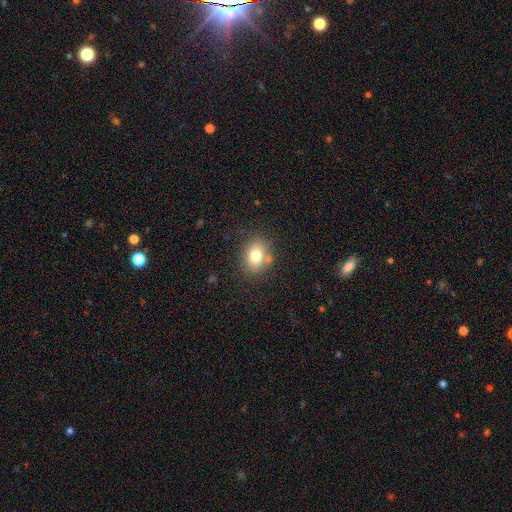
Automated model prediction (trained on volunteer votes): A smooth galaxy with no disk features (77%) that is in between round and cigar-shaped (58%). Merging: none (76%).